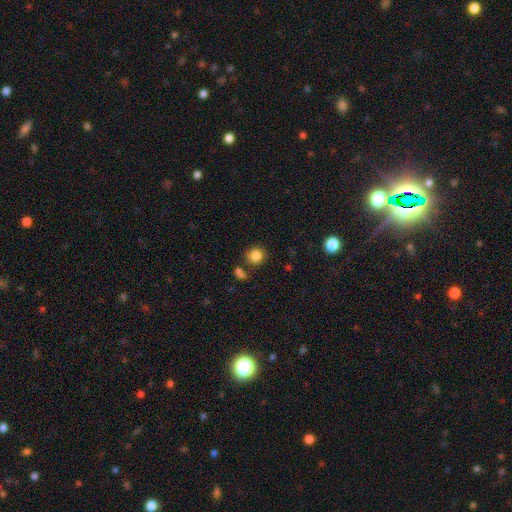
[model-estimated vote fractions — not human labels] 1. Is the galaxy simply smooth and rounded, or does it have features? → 84% smooth, 11% star or artifact, 6% featured or disk.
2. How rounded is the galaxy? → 90% round, 9% in between, 1% cigar-shaped.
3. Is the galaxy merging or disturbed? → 79% none, 9% minor disturbance, 9% merger, 3% major disturbance.